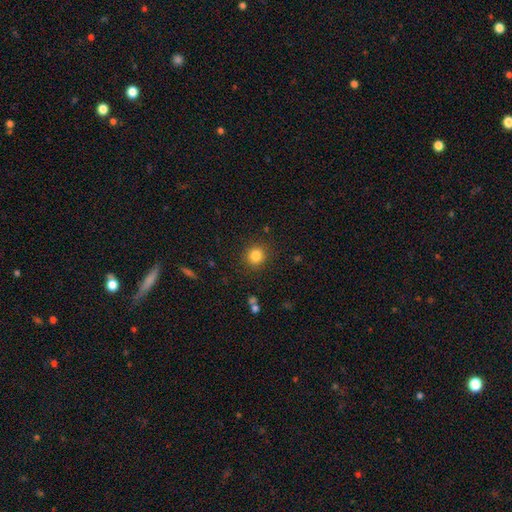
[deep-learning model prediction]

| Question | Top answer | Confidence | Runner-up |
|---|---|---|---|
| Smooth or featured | smooth | 83% | star or artifact (12%) |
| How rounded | round | 90% | in between (9%) |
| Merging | none | 89% | minor disturbance (7%) |